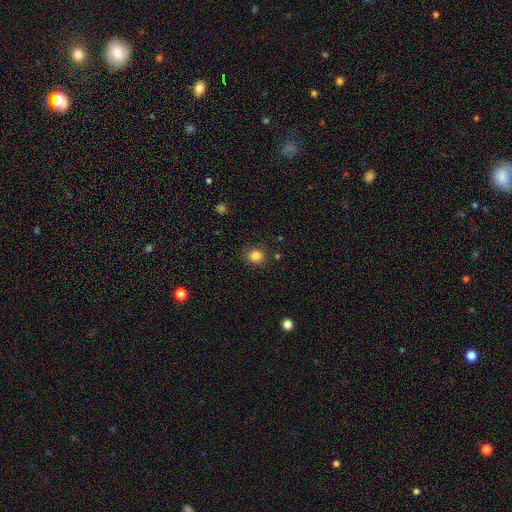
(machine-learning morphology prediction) Overall: smooth (84%). How rounded: round (85%). Merging: none (88%).